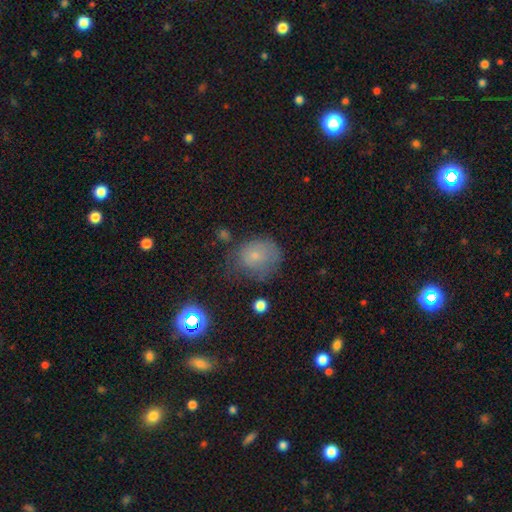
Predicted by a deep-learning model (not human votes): smooth 68%, featured or disk 17%, star or artifact 15%. Down the decision tree: how rounded — round (69%); merging — none (48%).